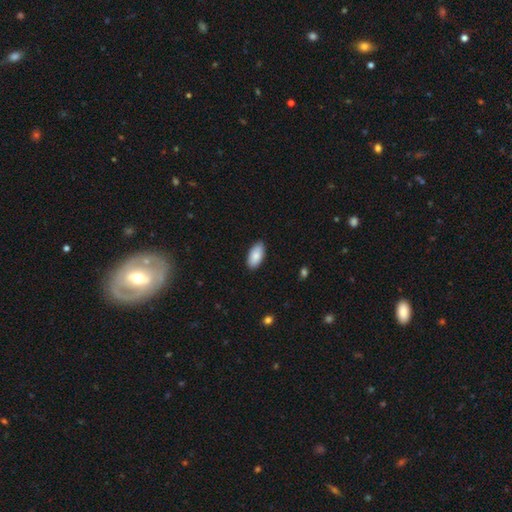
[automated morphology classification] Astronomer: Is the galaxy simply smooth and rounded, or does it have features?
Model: smooth — 86%.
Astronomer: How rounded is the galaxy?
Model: in between — 95%.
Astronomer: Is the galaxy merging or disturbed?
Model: none — 88%.